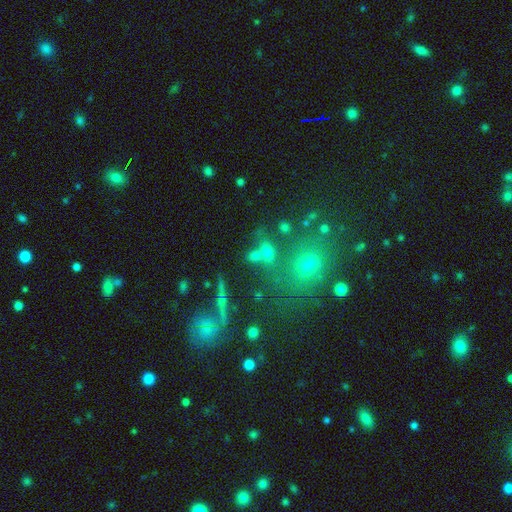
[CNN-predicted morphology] Q: Smooth or featured?
A: smooth (63%); runner-up: star or artifact (20%)
Q: How rounded?
A: in between (60%); runner-up: round (32%)
Q: Merging?
A: none (54%); runner-up: merger (26%)